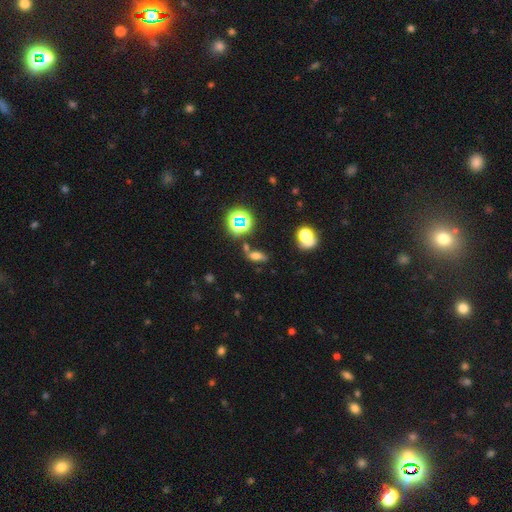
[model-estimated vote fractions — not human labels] This is possibly a smooth galaxy (54%). How rounded: likely in between (70%). Merging: likely none (62%).